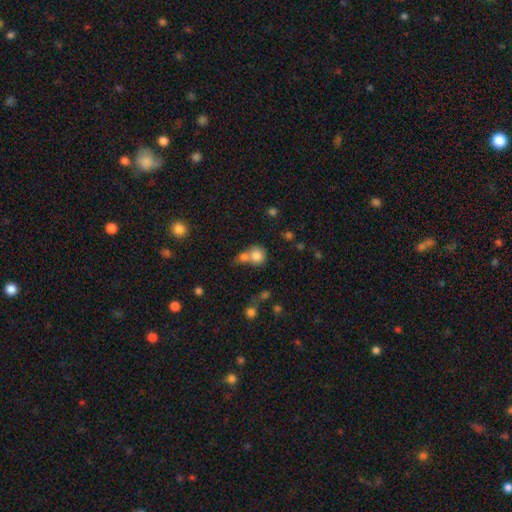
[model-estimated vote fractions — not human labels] Overall: smooth (81%). How rounded: round (83%). Merging: merger (49%; none 37%).